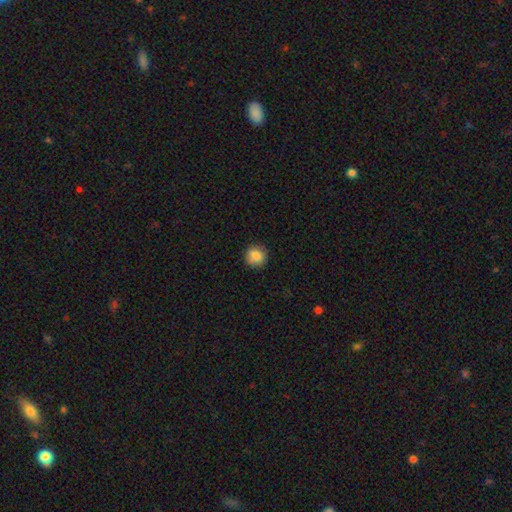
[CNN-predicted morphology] Smooth or featured? smooth (85%)
How rounded? round (91%)
Merging? none (88%)